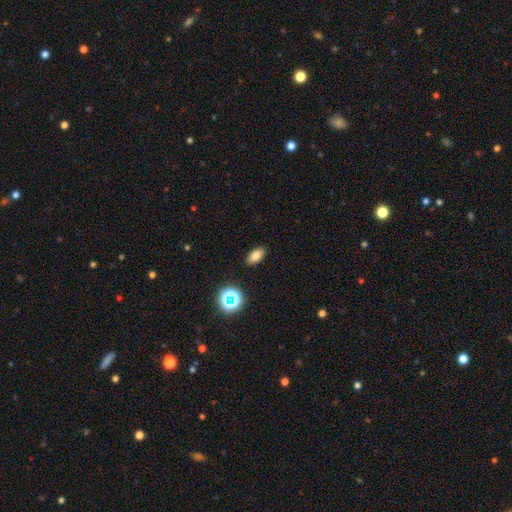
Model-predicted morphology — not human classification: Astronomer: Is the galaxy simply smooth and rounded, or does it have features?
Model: smooth — 79%.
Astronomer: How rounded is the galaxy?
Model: in between — 88%.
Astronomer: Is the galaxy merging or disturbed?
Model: none — 89%.